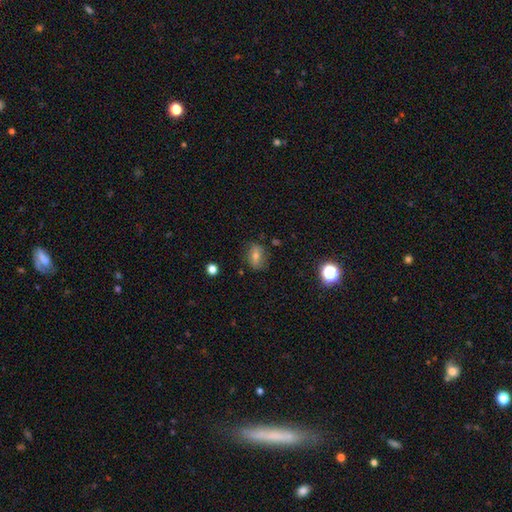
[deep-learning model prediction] Smooth or featured? smooth (57%)
How rounded? in between (62%)
Merging? none (79%)